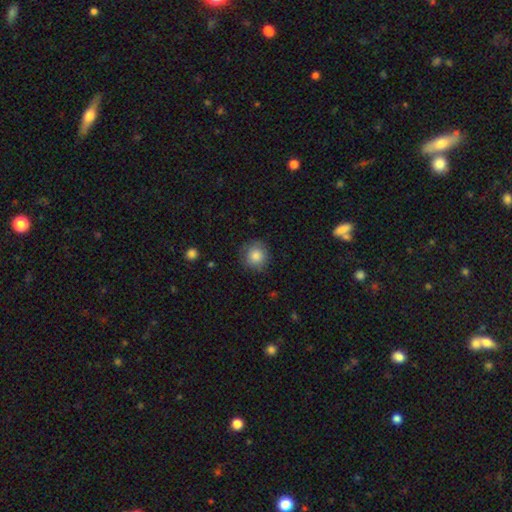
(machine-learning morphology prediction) This appears to be a smooth galaxy with no disk features (84%) that is round (93%). Merging: none (84%).